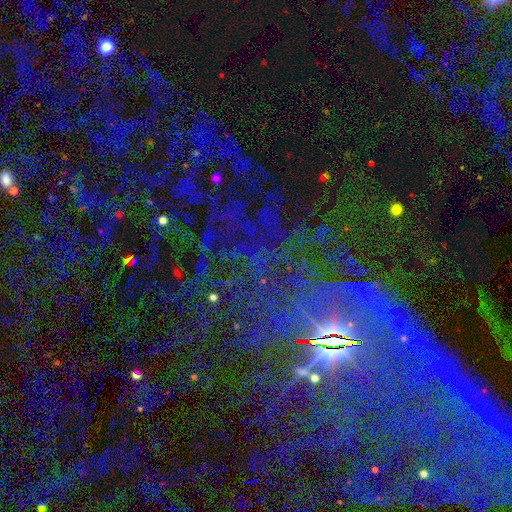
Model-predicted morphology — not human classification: This appears to be a star or artifact, not a galaxy (77%).